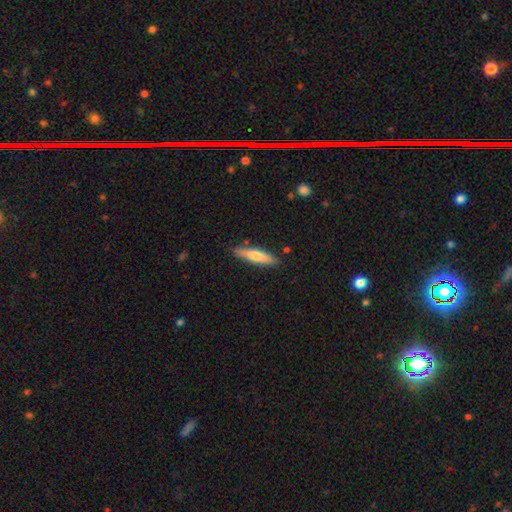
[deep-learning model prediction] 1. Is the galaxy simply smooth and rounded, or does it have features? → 66% smooth, 29% featured or disk, 6% star or artifact.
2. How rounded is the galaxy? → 80% cigar-shaped, 19% in between, 1% round.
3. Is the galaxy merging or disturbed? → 85% none, 11% minor disturbance, 2% merger, 2% major disturbance.